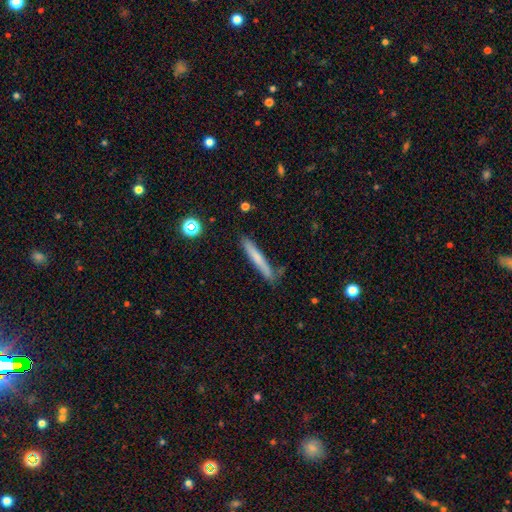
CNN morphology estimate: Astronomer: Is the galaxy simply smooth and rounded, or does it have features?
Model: smooth — 61%.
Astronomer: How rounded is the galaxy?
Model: cigar-shaped — 96%.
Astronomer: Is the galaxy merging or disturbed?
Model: none — 83%.